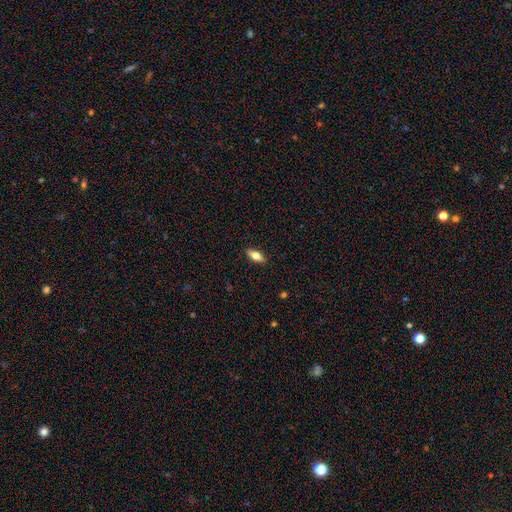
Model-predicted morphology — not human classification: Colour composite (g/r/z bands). It shows a smooth galaxy with no disk features (71%) that is in between round and cigar-shaped (77%). Merging: none (89%).